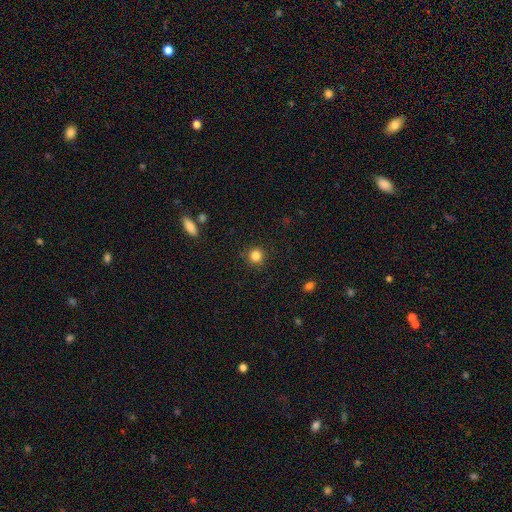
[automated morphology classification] Smooth or featured: smooth — 84% (star or artifact — 11%)
How rounded: round — 93% (in between — 6%)
Merging: none — 90% (minor disturbance — 7%)